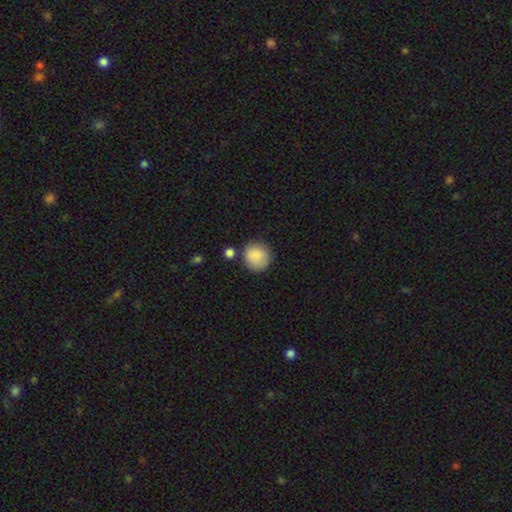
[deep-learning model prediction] Overall: smooth (87%). How rounded: round (89%). Merging: none (73%).